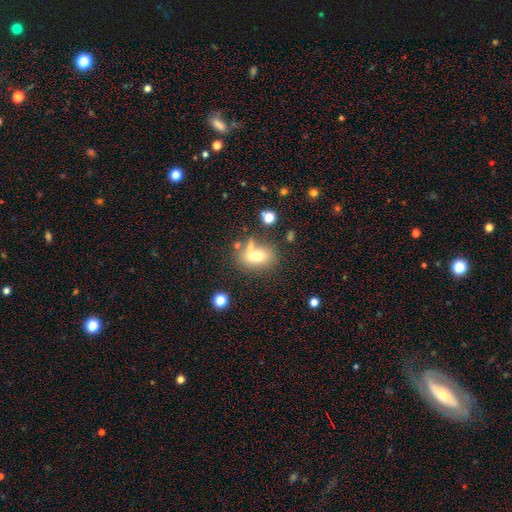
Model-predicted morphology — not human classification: smooth_or_featured: smooth (p=0.70) [alt: featured or disk p=0.18]
how_rounded: in between (p=0.79) [alt: round p=0.16]
merging: none (p=0.55) [alt: merger p=0.19]